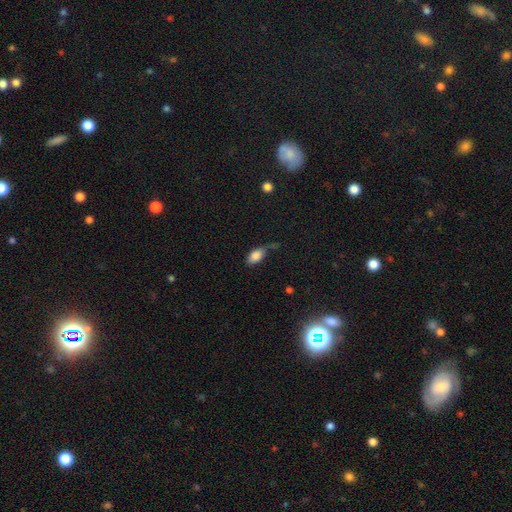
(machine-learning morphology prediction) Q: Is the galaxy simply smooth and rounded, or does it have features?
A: smooth — 84%.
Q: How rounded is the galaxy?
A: in between — 91%.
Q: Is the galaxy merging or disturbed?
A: none — 51%.